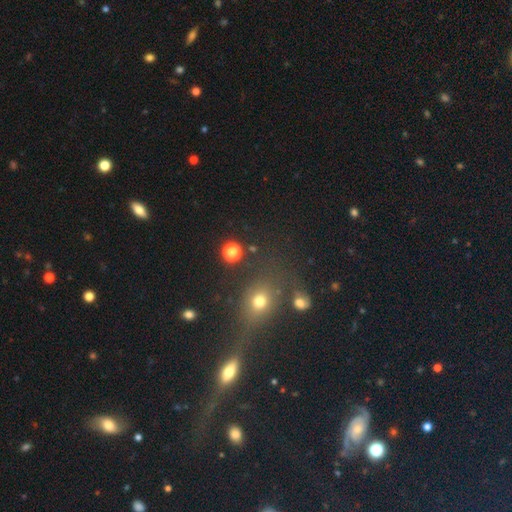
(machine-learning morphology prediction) Smooth or featured?
  - star or artifact: 58% *
  - smooth: 31%
  - featured or disk: 10%